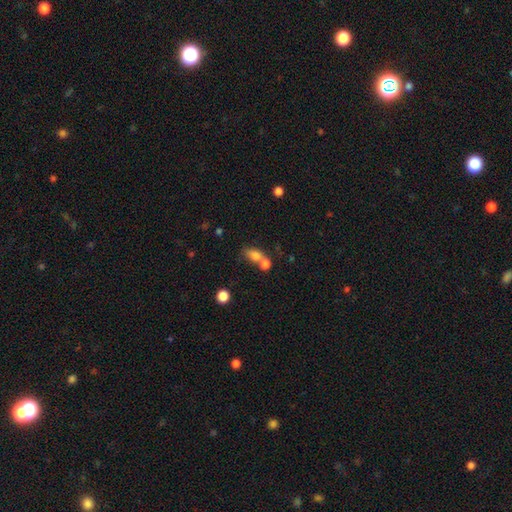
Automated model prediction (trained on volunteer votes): Smooth or featured: smooth — 78% (star or artifact — 11%)
How rounded: in between — 71% (round — 25%)
Merging: merger — 52% (none — 32%)